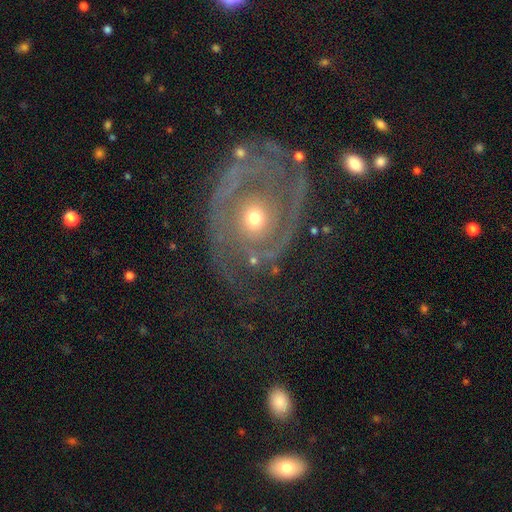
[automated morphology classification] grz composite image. It shows a featured or disk galaxy (85%) with no bar (80%), 2 (49%) tight (57%) spiral arms (87%) and a moderate central bulge (52%). Merging: none (60%).